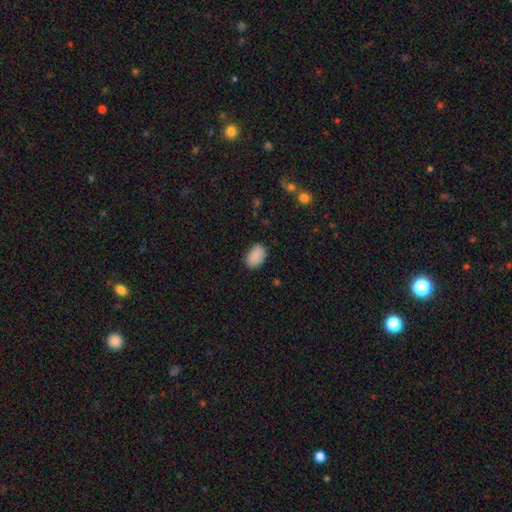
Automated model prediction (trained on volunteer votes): This is clearly a smooth galaxy (88%). How rounded: clearly in between (86%). Merging: clearly none (80%).